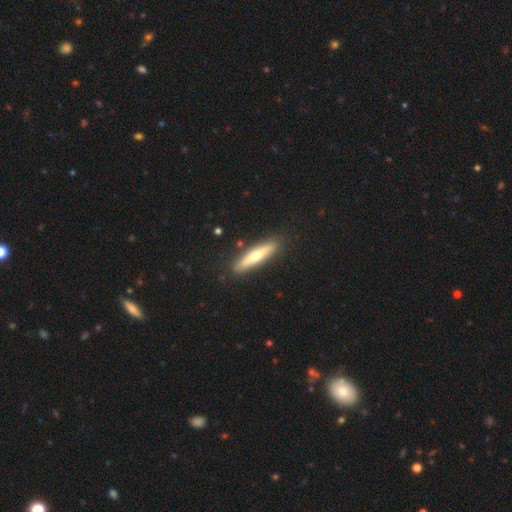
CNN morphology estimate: Smooth or featured: smooth — 51% (featured or disk — 44%)
How rounded: cigar-shaped — 83% (in between — 15%)
Merging: none — 88% (minor disturbance — 8%)